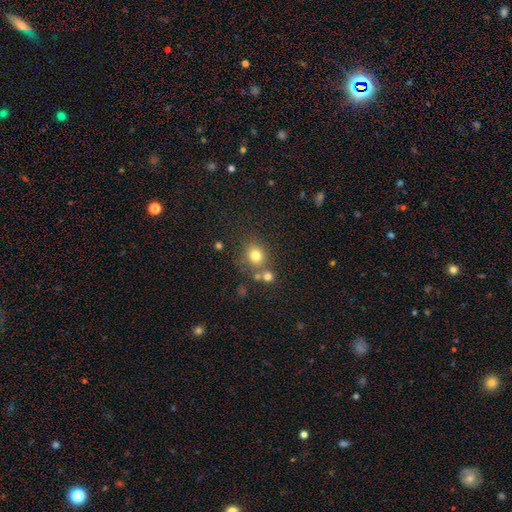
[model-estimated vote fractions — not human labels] smooth_or_featured: smooth (p=0.76) [alt: star or artifact p=0.15]
how_rounded: round (p=0.81) [alt: in between p=0.18]
merging: none (p=0.65) [alt: merger p=0.20]